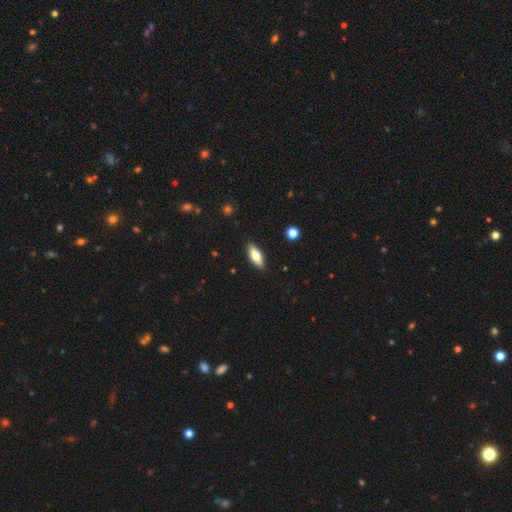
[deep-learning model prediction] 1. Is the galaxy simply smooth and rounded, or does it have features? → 64% smooth, 29% featured or disk, 6% star or artifact.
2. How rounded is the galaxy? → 62% in between, 36% cigar-shaped, 2% round.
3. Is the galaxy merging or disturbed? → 89% none, 8% minor disturbance, 2% major disturbance, 1% merger.